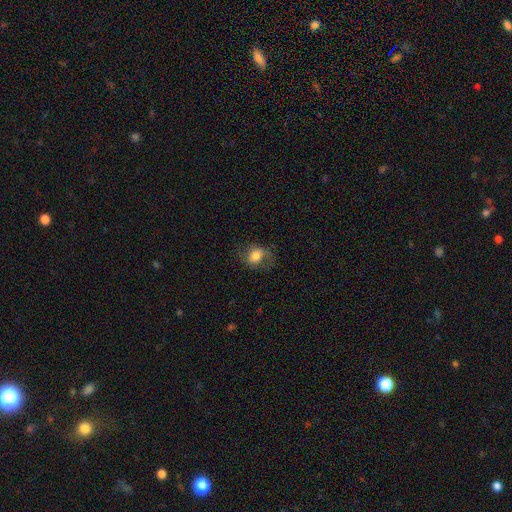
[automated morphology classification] type=smooth (63%); roundness=round (52%); merging=none (62%).